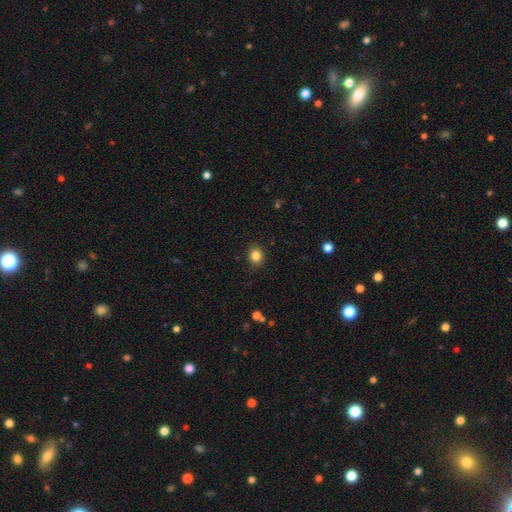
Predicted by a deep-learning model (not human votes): The model was most divided on "how rounded": round: 72%, in between: 27%, cigar-shaped: 1%. More confident: merging — none (88%); smooth or featured — smooth (85%).